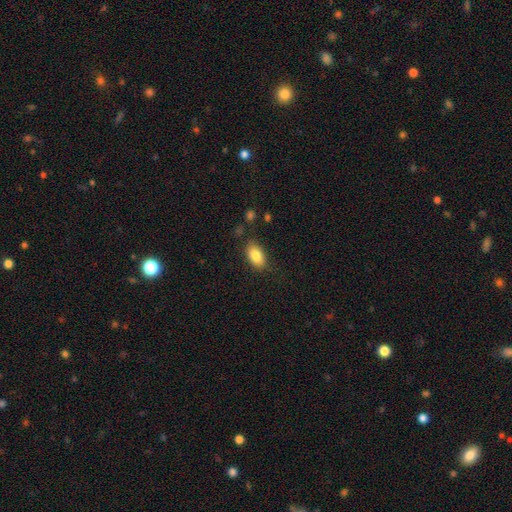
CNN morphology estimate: Smooth or featured?
  - smooth: 85% *
  - featured or disk: 8%
  - star or artifact: 7%
How rounded?
  - in between: 91% *
  - round: 6%
  - cigar-shaped: 2%
Merging?
  - none: 81% *
  - minor disturbance: 14%
  - major disturbance: 4%
  - merger: 2%